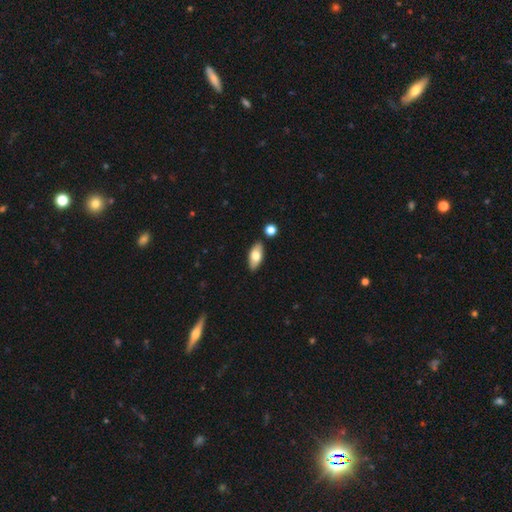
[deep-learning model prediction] Overall: smooth (73%). How rounded: in between (86%). Merging: none (85%).